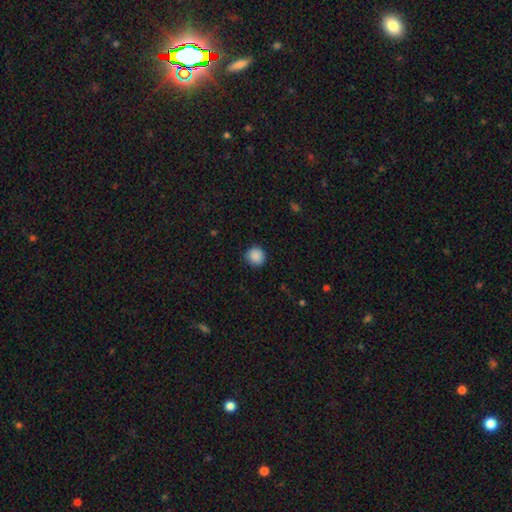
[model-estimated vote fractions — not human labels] smooth_or_featured: smooth (p=0.89) [alt: star or artifact p=0.09]
how_rounded: round (p=0.92) [alt: in between p=0.07]
merging: none (p=0.87) [alt: minor disturbance p=0.10]